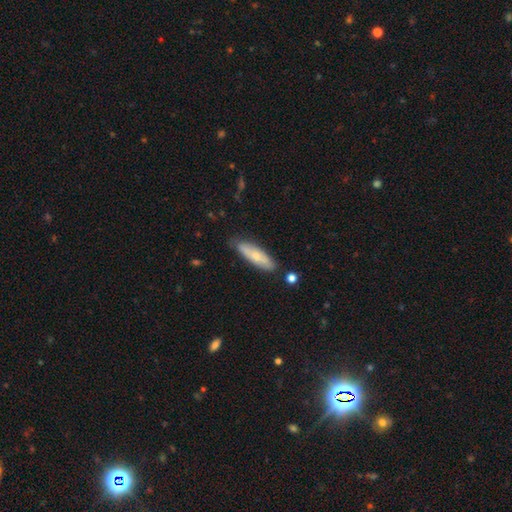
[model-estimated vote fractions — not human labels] Q: Smooth or featured?
A: smooth (57%); runner-up: featured or disk (37%)
Q: How rounded?
A: cigar-shaped (58%); runner-up: in between (40%)
Q: Merging?
A: none (80%); runner-up: minor disturbance (15%)